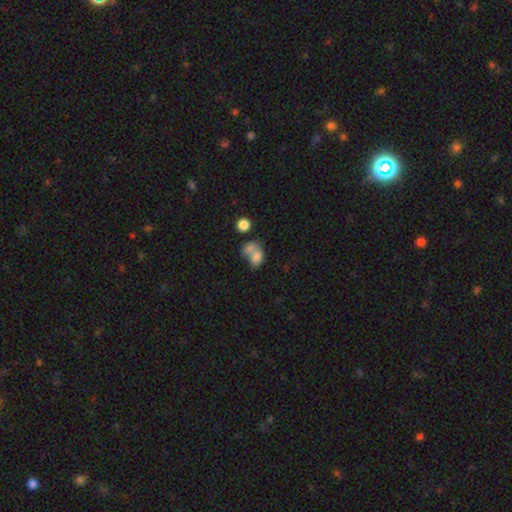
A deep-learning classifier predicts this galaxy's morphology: smooth_or_featured: smooth (p=0.74) [alt: featured or disk p=0.16]
how_rounded: in between (p=0.70) [alt: round p=0.29]
merging: merger (p=0.63) [alt: none p=0.19]